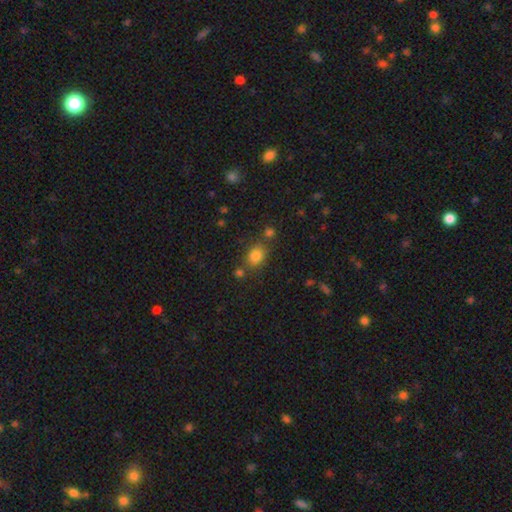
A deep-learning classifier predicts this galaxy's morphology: Smooth or featured: smooth — 81% (star or artifact — 13%)
How rounded: in between — 56% (round — 43%)
Merging: none — 68% (minor disturbance — 14%)